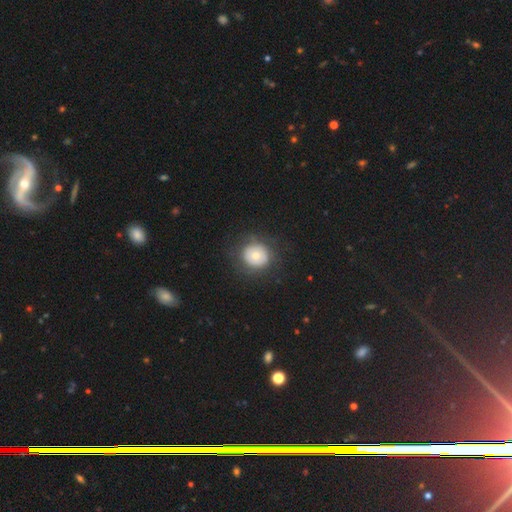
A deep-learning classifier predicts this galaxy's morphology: Overall: smooth (63%; featured or disk 28%). How rounded: round (87%). Merging: none (78%).